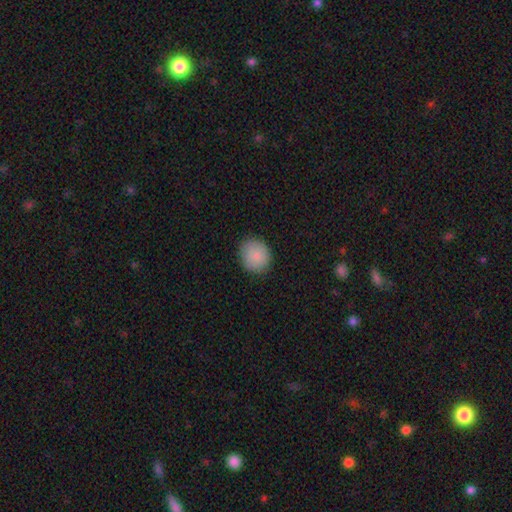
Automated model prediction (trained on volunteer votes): Smooth or featured: smooth — 87% (star or artifact — 7%)
How rounded: round — 82% (in between — 17%)
Merging: none — 86% (minor disturbance — 11%)